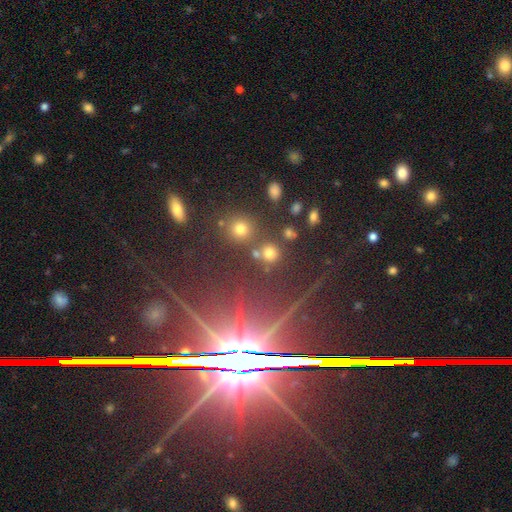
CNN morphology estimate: type=star or artifact (73%).